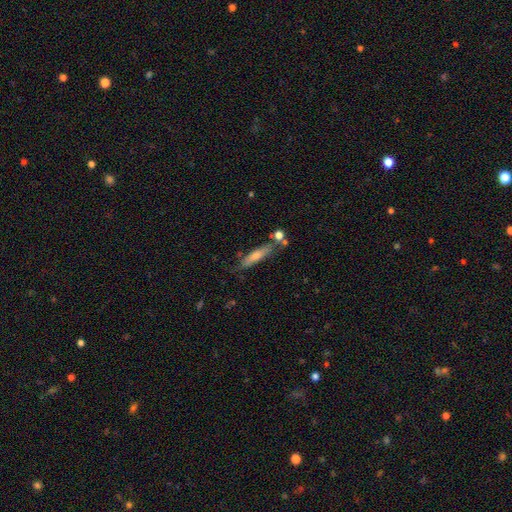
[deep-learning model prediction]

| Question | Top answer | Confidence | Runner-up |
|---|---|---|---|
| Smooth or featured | smooth | 51% | featured or disk (40%) |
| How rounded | cigar-shaped | 80% | in between (18%) |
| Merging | none | 68% | minor disturbance (18%) |